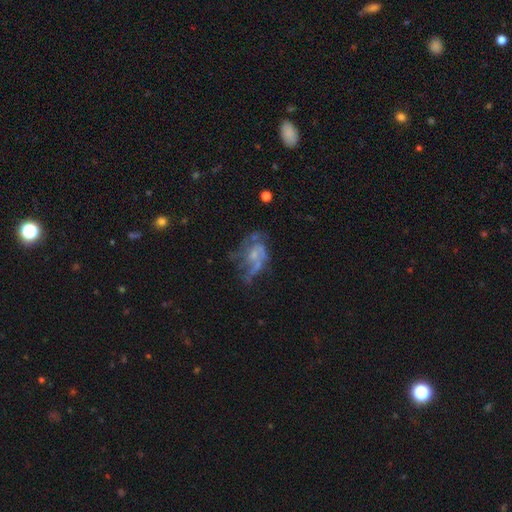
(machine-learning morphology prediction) The model was most divided on "merging": none: 39%, major disturbance: 33%, minor disturbance: 21%, merger: 8%. More confident: edge-on disk — no (97%); bar — no (74%); smooth or featured — featured or disk (70%); spiral arms — yes (59%); bulge size — small (54%).